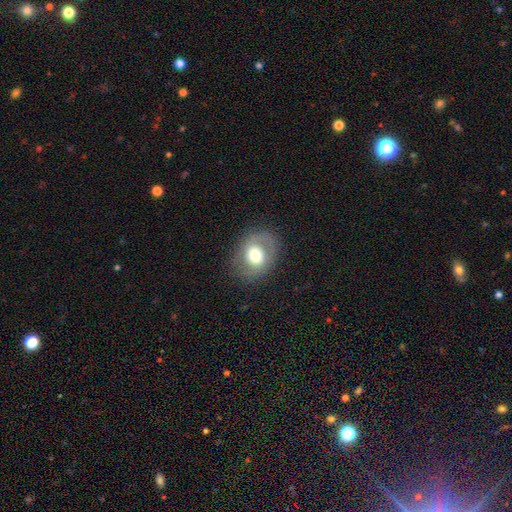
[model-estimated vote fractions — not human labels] This appears to be a smooth galaxy with no disk features (47%). Merging: none (79%).